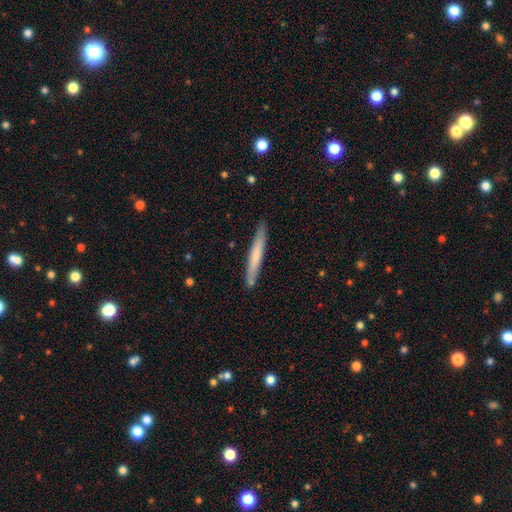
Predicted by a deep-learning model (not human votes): smooth-or-featured: smooth: 62% | featured or disk: 32% | star or artifact: 5%
  how-rounded: cigar-shaped: 96% | in between: 3% | round: 1%
  merging: none: 86% | minor disturbance: 10% | merger: 2% | major disturbance: 2%